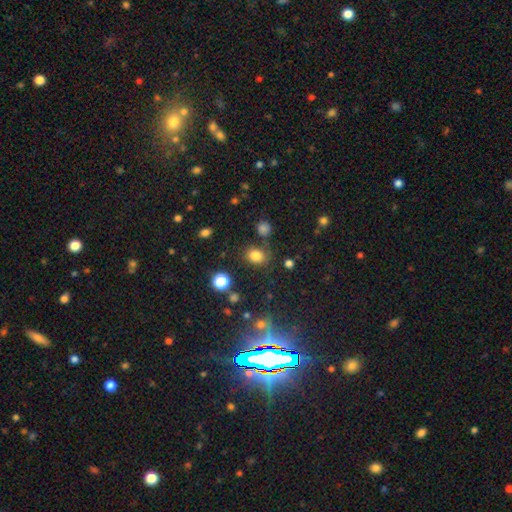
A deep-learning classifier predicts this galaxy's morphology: This appears to be a smooth galaxy with no disk features (79%) that is round (55%). Merging: none (74%).